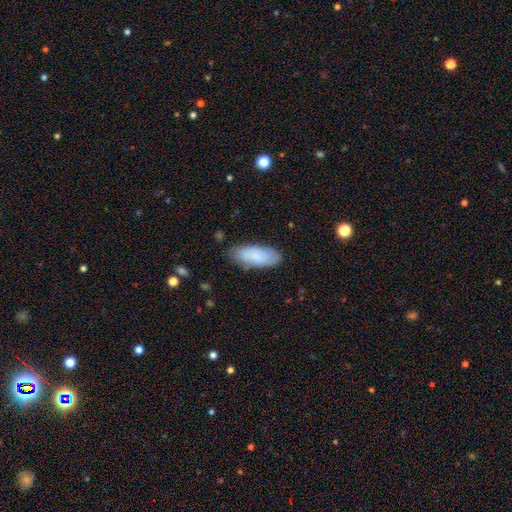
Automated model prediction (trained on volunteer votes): Smooth or featured? Predicted: smooth (p=0.74). How rounded? Predicted: in between (p=0.82). Merging? Predicted: none (p=0.79).